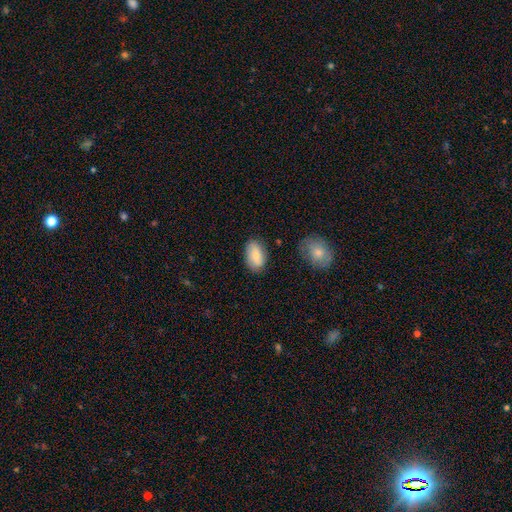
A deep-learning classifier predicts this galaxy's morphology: smooth_or_featured: smooth (p=0.76) [alt: featured or disk p=0.17]
how_rounded: in between (p=0.92) [alt: round p=0.06]
merging: none (p=0.79) [alt: minor disturbance p=0.15]